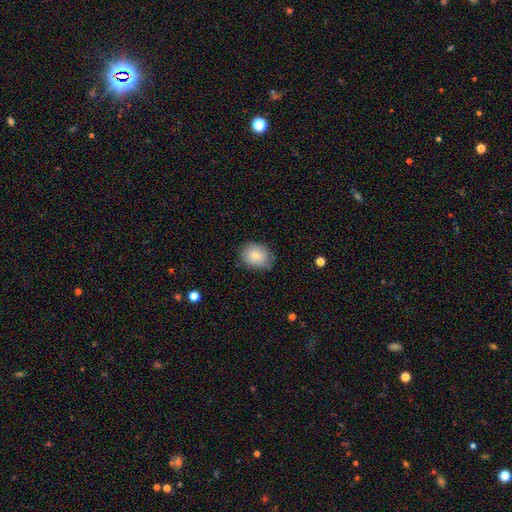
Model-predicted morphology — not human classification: This is likely a smooth galaxy (79%). How rounded: possibly round (50%). Merging: likely none (76%).